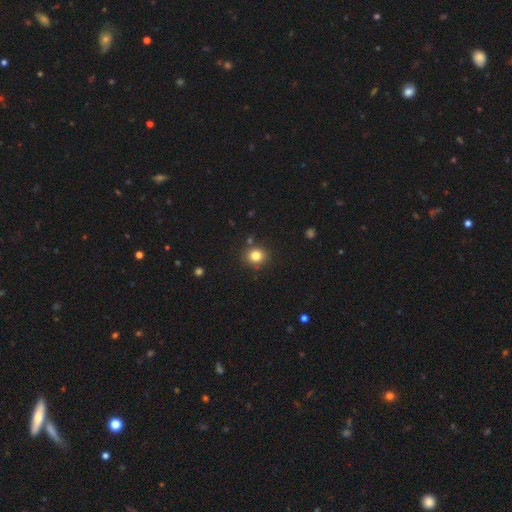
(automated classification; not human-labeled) A smooth galaxy with no disk features (82%) that is round (82%). Merging: none (86%).